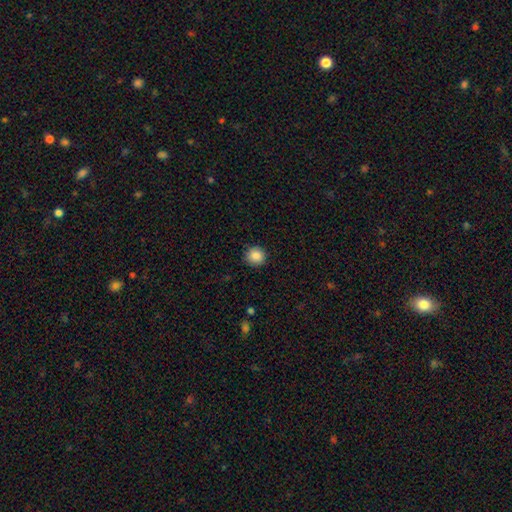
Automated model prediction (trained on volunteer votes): A smooth galaxy with no disk features (87%) that is round (92%).

Vote fractions:
- Smooth or featured? smooth: 87% / star or artifact: 9% / featured or disk: 4%
- How rounded? round: 92% / in between: 7% / cigar-shaped: 1%
- Merging? none: 89% / minor disturbance: 8% / major disturbance: 2% / merger: 1%